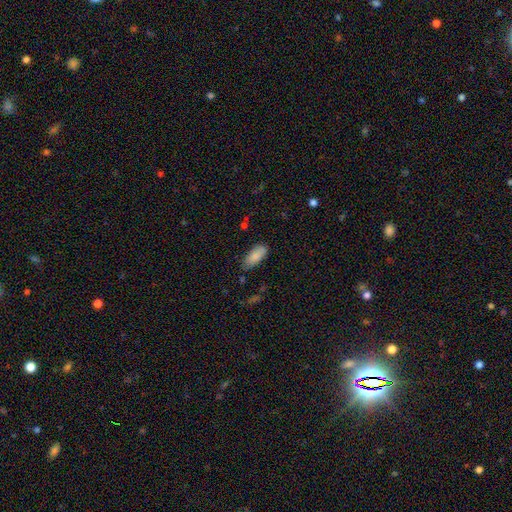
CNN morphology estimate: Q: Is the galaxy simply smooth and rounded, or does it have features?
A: smooth — 86%.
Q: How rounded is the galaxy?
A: in between — 84%.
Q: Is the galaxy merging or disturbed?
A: none — 71%.